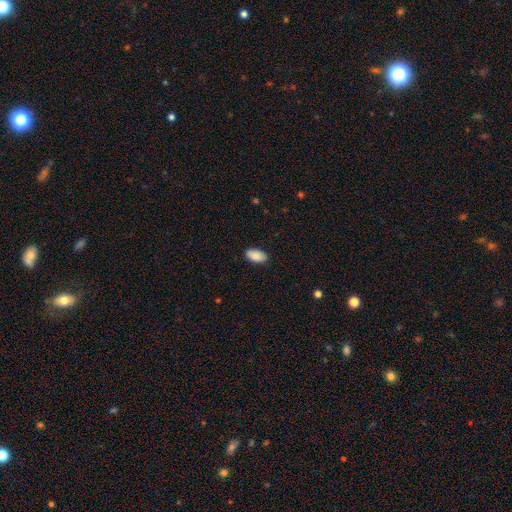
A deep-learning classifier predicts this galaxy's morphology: type=smooth (90%); roundness=in between (94%); merging=none (88%).